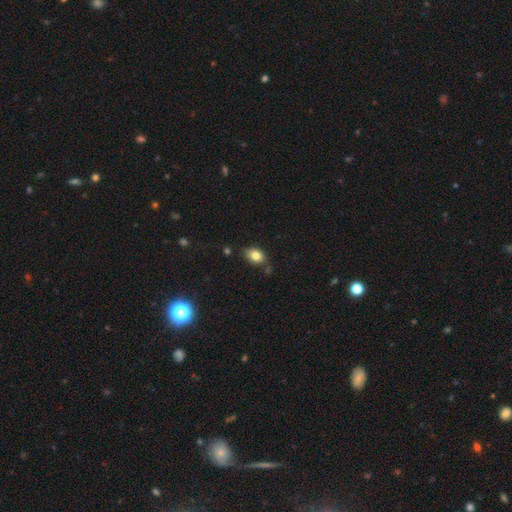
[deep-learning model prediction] A smooth galaxy with no disk features (82%) that is in between round and cigar-shaped (80%). Merging: none (72%).